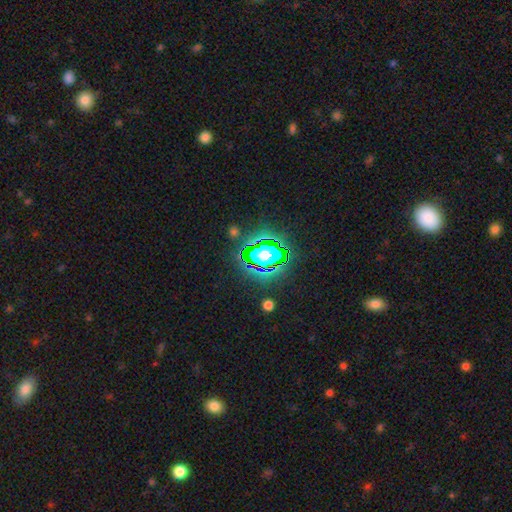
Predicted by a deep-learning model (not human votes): star or artifact 79%, smooth 14%, featured or disk 8%.